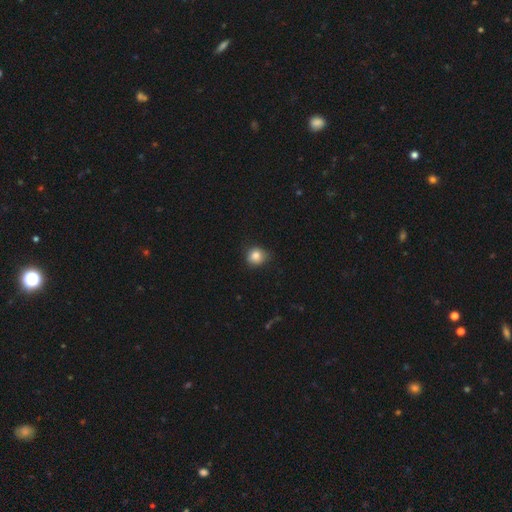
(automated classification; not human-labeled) Smooth or featured?
  - smooth: 82% *
  - star or artifact: 11%
  - featured or disk: 7%
How rounded?
  - round: 79% *
  - in between: 20%
  - cigar-shaped: 1%
Merging?
  - none: 75% *
  - minor disturbance: 20%
  - major disturbance: 4%
  - merger: 1%